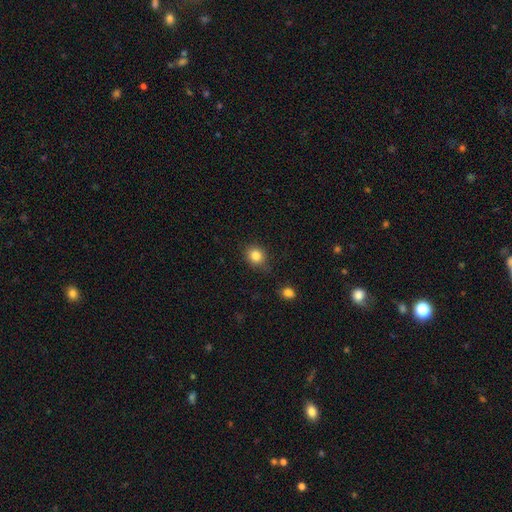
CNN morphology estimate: The model was most divided on "how rounded": round: 75%, in between: 24%, cigar-shaped: 1%. More confident: smooth or featured — smooth (83%); merging — none (80%).